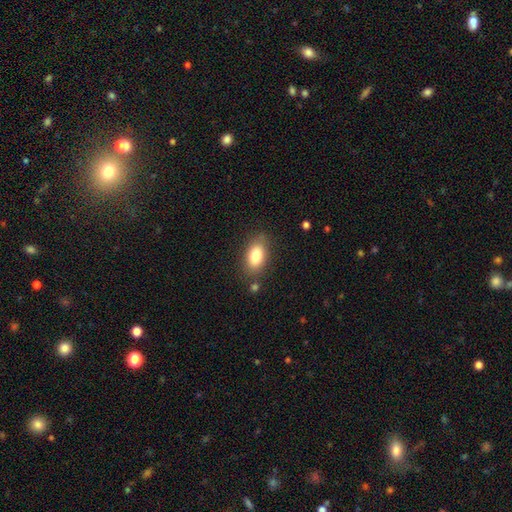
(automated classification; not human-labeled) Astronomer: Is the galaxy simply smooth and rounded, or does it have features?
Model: smooth — 82%.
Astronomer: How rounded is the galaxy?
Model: in between — 90%.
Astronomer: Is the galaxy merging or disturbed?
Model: none — 79%.